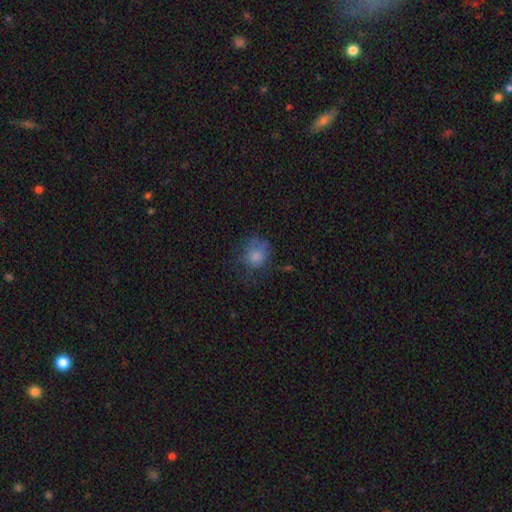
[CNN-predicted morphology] type=smooth (69%); roundness=round (67%); merging=none (52%).